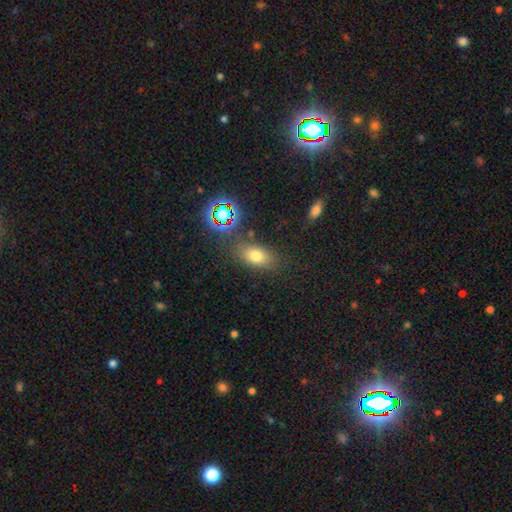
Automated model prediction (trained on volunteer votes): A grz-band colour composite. It shows a smooth galaxy with no disk features (70%) that is in between round and cigar-shaped (79%). Merging: none (76%).